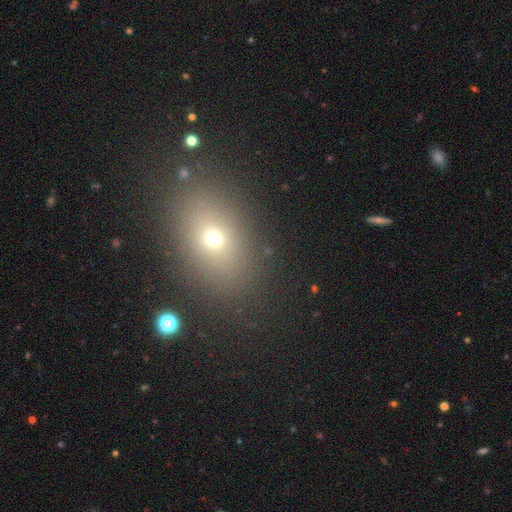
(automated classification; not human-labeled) This is likely a smooth galaxy (62%). How rounded: likely in between (68%). Merging: clearly none (86%).